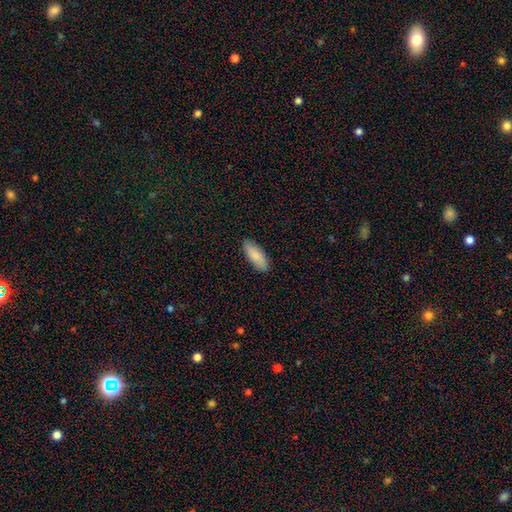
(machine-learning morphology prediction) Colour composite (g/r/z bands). It shows a smooth galaxy with no disk features (86%) that is in between round and cigar-shaped (76%). Merging: none (88%).